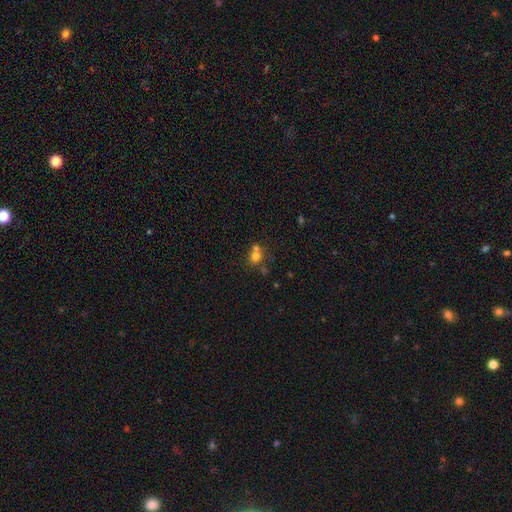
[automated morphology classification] Overall: smooth (72%). How rounded: round (78%). Merging: none (44%; merger 42%).